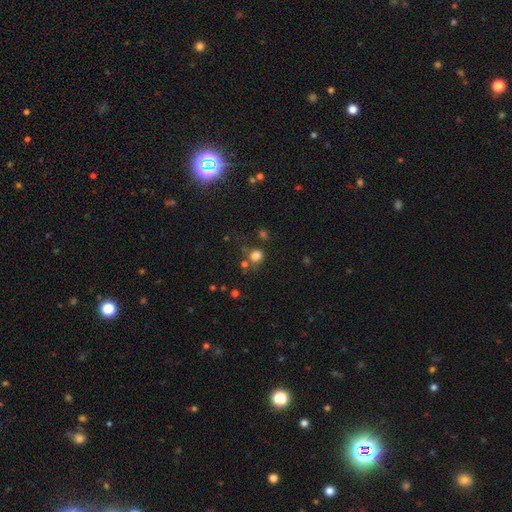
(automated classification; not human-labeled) Smooth or featured? Predicted: smooth (p=0.76). How rounded? Predicted: round (p=0.79). Merging? Predicted: none (p=0.61).